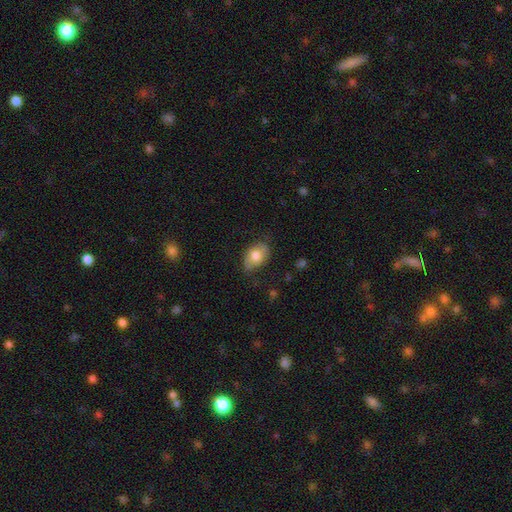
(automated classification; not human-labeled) smooth 74%, featured or disk 19%, star or artifact 7%. Down the decision tree: how rounded — in between (85%); merging — none (65%).